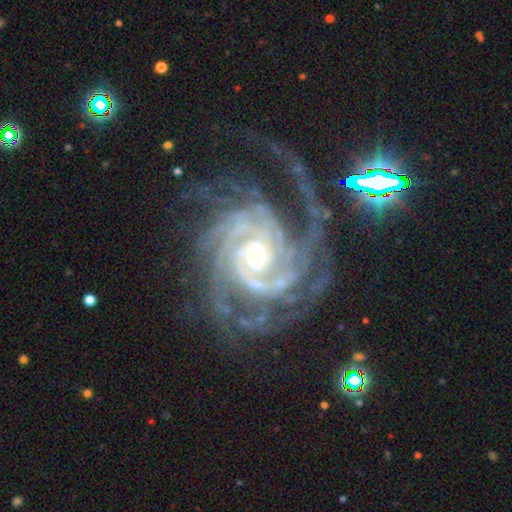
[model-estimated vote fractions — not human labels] smooth-or-featured: featured or disk: 93% | star or artifact: 5% | smooth: 2%
  disk-edge-on: no: 98% | yes: 2%
    bar: no: 59% | weak: 27% | strong: 14%
    has-spiral-arms: yes: 99% | no: 1%
      spiral-winding: tight: 69% | medium: 26% | loose: 5%
      spiral-arm-count: 4: 21% | 3: 19% | can't tell: 17% | 2: 17% | more than 4: 16% | 1: 10%
    bulge-size: moderate: 56% | small: 34% | large: 8% | none: 2% | dominant: 1%
  merging: none: 58% | major disturbance: 21% | minor disturbance: 18% | merger: 3%